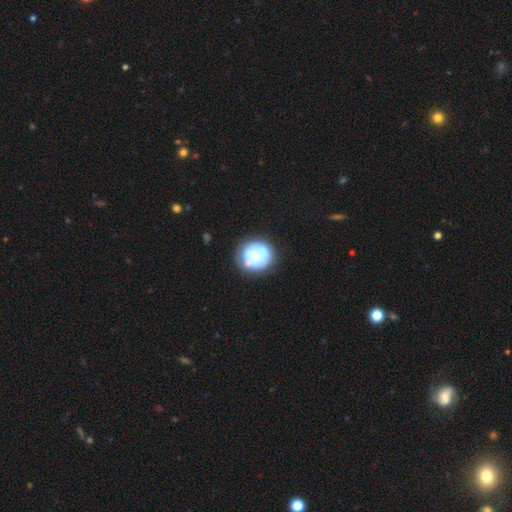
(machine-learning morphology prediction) smooth-or-featured: featured or disk: 47% | smooth: 45% | star or artifact: 7%
  merging: none: 62% | minor disturbance: 21% | major disturbance: 9% | merger: 8%